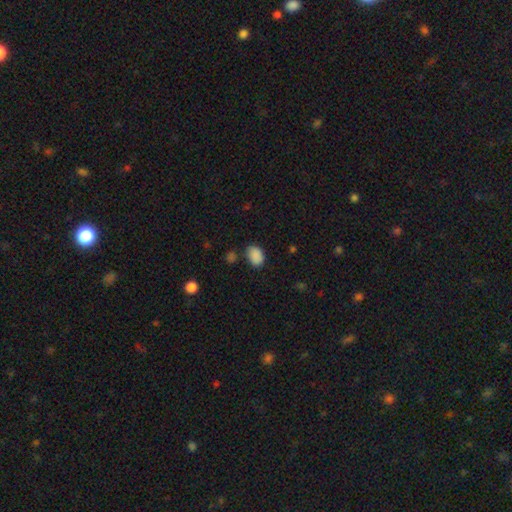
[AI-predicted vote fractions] This appears to be a smooth galaxy with no disk features (87%) that is in between round and cigar-shaped (76%). Merging: none (71%).